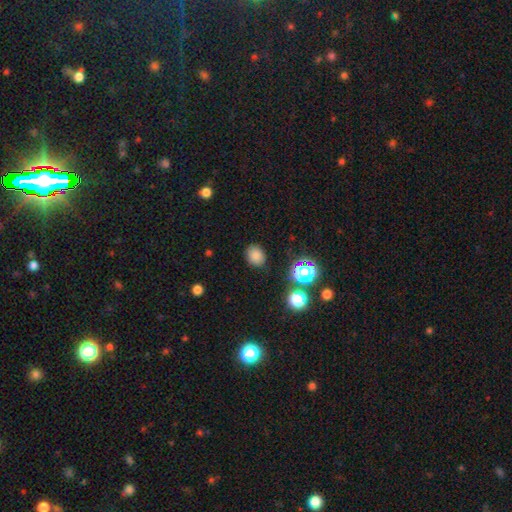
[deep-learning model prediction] A smooth galaxy with no disk features (78%) that is round (58%). Merging: none (84%).